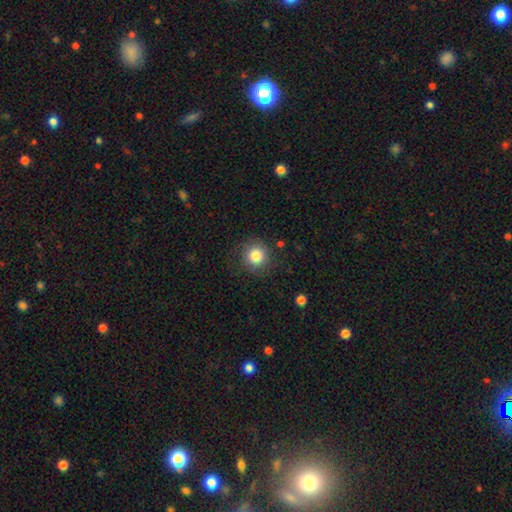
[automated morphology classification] smooth 82%, star or artifact 10%, featured or disk 8%. Down the decision tree: how rounded — round (93%); merging — none (82%).